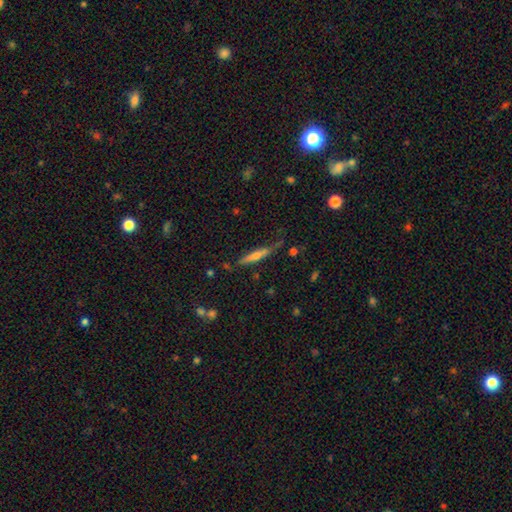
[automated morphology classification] Smooth or featured: featured or disk — 55% (smooth — 36%)
Edge-on disk: yes — 93% (no — 7%)
Edge-on bulge: rounded — 61% (none — 28%)
Merging: none — 70% (minor disturbance — 21%)